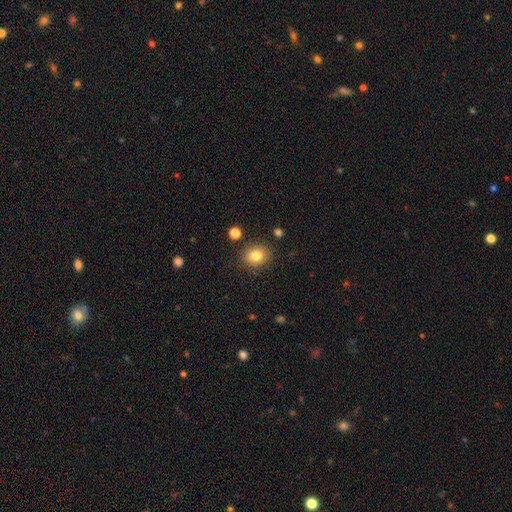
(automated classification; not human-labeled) smooth-or-featured: smooth: 81% | star or artifact: 11% | featured or disk: 8%
  how-rounded: round: 69% | in between: 31% | cigar-shaped: 1%
  merging: none: 86% | minor disturbance: 9% | major disturbance: 3% | merger: 3%